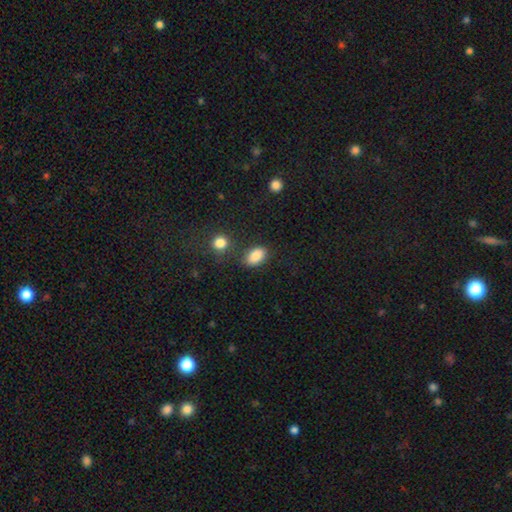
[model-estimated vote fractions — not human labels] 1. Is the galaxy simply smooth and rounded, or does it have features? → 86% smooth, 9% star or artifact, 5% featured or disk.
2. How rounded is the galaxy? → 86% in between, 12% round, 2% cigar-shaped.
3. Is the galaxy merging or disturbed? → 76% none, 14% minor disturbance, 6% merger, 4% major disturbance.